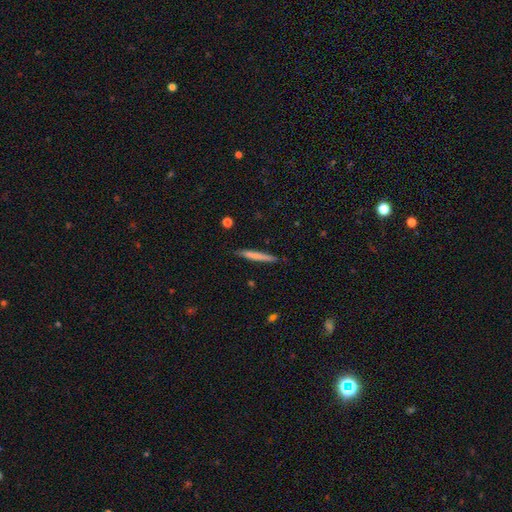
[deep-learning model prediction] smooth_or_featured: smooth (p=0.68) [alt: featured or disk p=0.26]
how_rounded: cigar-shaped (p=0.96) [alt: in between p=0.03]
merging: none (p=0.88) [alt: minor disturbance p=0.09]